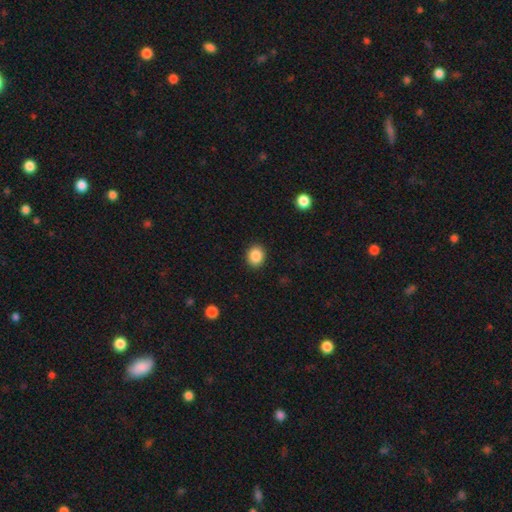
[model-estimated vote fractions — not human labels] Smooth or featured? smooth (87%)
How rounded? round (65%)
Merging? none (91%)